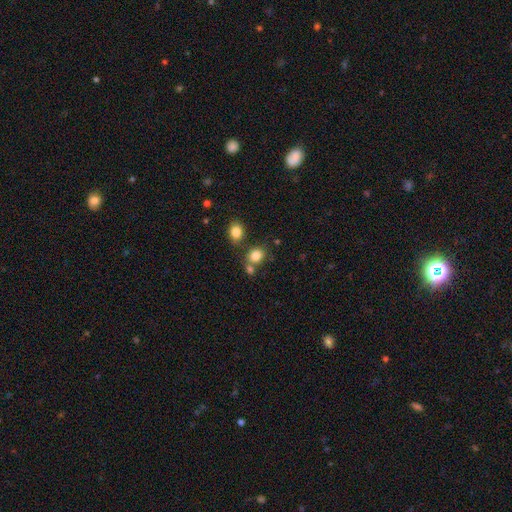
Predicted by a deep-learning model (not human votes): Q: Smooth or featured?
A: smooth (82%); runner-up: star or artifact (12%)
Q: How rounded?
A: round (66%); runner-up: in between (33%)
Q: Merging?
A: none (60%); runner-up: merger (25%)